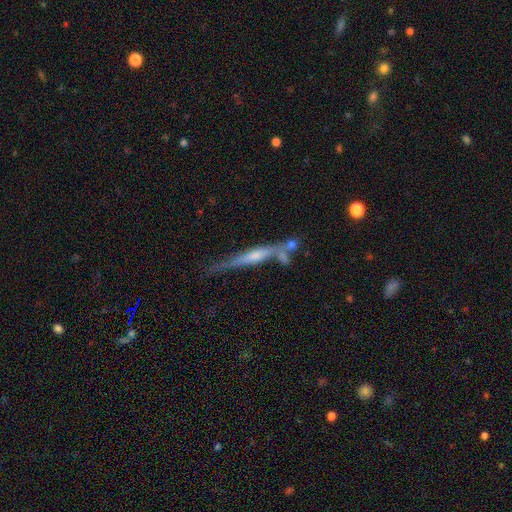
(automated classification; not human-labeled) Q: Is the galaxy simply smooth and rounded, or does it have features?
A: featured or disk — 69%.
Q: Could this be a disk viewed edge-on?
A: yes — 94%.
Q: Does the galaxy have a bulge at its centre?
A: rounded — 56%.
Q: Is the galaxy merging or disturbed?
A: none — 60%.